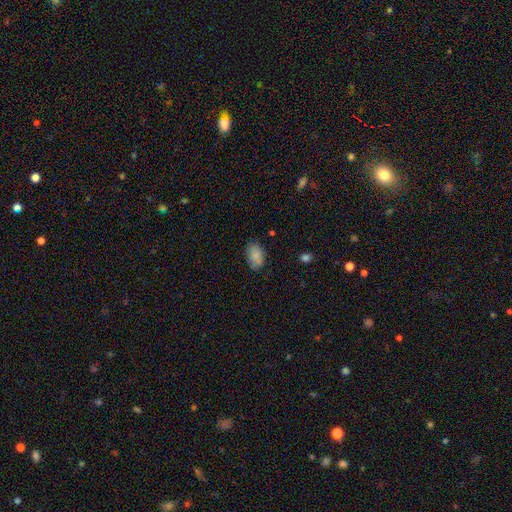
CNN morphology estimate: Smooth or featured? Predicted: smooth (p=0.85). How rounded? Predicted: in between (p=0.89). Merging? Predicted: none (p=0.75).